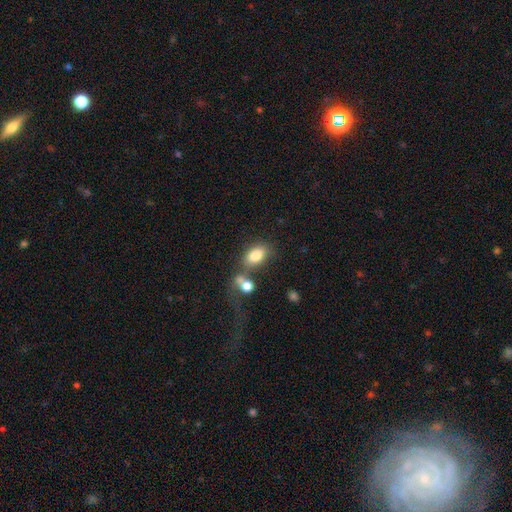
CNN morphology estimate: A smooth galaxy with no disk features (81%) that is in between round and cigar-shaped (83%).

Vote fractions:
- Smooth or featured? smooth: 81% / featured or disk: 10% / star or artifact: 9%
- How rounded? in between: 83% / round: 15% / cigar-shaped: 2%
- Merging? none: 49% / merger: 29% / minor disturbance: 14% / major disturbance: 9%